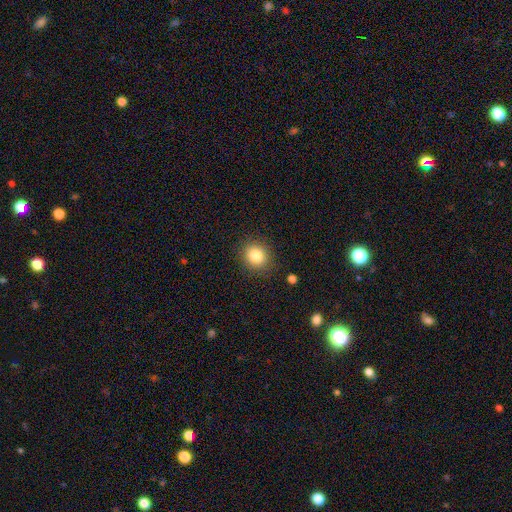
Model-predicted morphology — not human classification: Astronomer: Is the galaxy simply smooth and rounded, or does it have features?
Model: smooth — 83%.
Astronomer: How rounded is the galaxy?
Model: round — 81%.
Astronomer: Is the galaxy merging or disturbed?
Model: none — 88%.